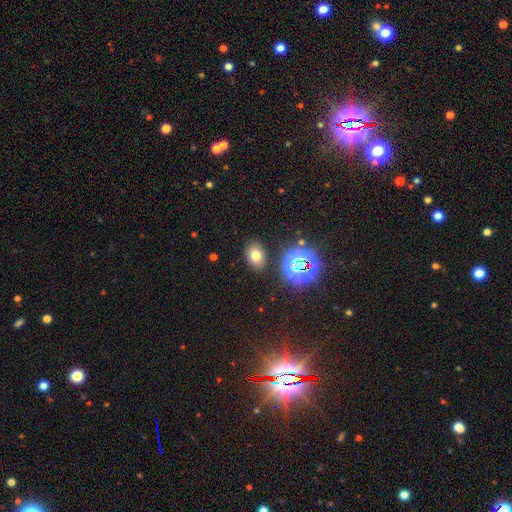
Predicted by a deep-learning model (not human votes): This is likely a smooth galaxy (70%). How rounded: likely in between (68%). Merging: clearly none (86%).